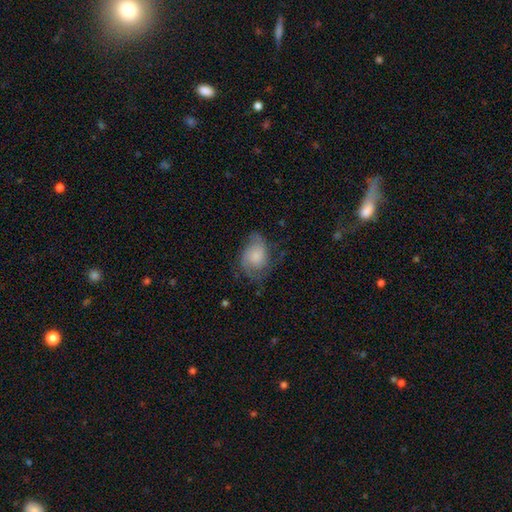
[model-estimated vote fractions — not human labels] Smooth or featured? featured or disk (46%, tied with smooth)
Merging? none (46%)